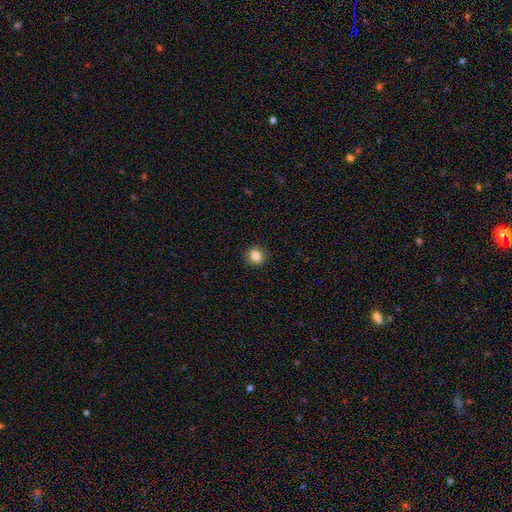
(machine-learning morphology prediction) type=smooth (85%); roundness=round (76%); merging=none (90%).